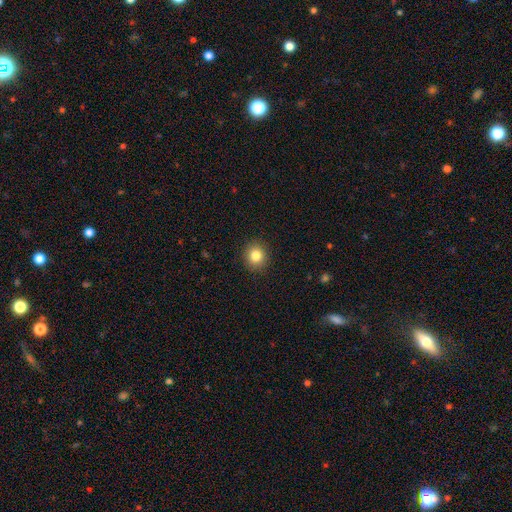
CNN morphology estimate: smooth_or_featured: smooth (p=0.83) [alt: star or artifact p=0.10]
how_rounded: round (p=0.86) [alt: in between p=0.13]
merging: none (p=0.91) [alt: minor disturbance p=0.06]